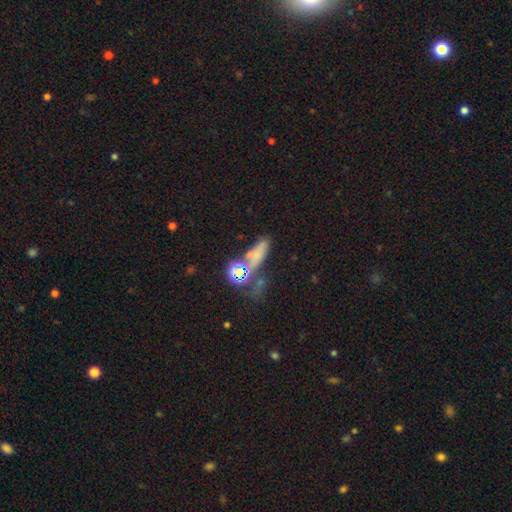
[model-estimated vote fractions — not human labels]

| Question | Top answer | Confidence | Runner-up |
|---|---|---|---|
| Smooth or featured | smooth | 55% | star or artifact (30%) |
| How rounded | in between | 43% | cigar-shaped (42%) |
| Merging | none | 49% | merger (20%) |